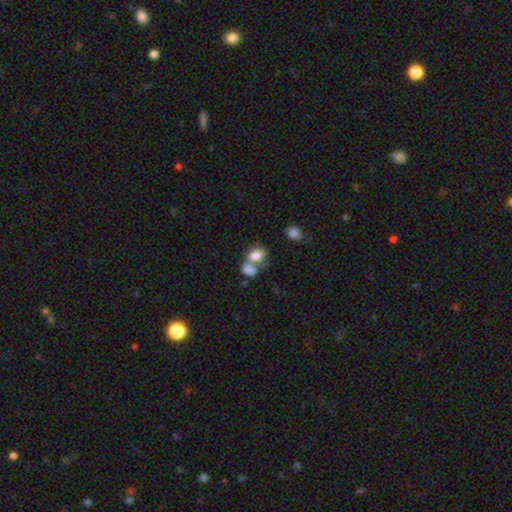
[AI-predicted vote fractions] A smooth galaxy with no disk features (80%) that is in between round and cigar-shaped (76%).

Vote fractions:
- Smooth or featured? smooth: 80% / featured or disk: 11% / star or artifact: 9%
- How rounded? in between: 76% / round: 23% / cigar-shaped: 1%
- Merging? merger: 61% / none: 25% / minor disturbance: 8% / major disturbance: 6%